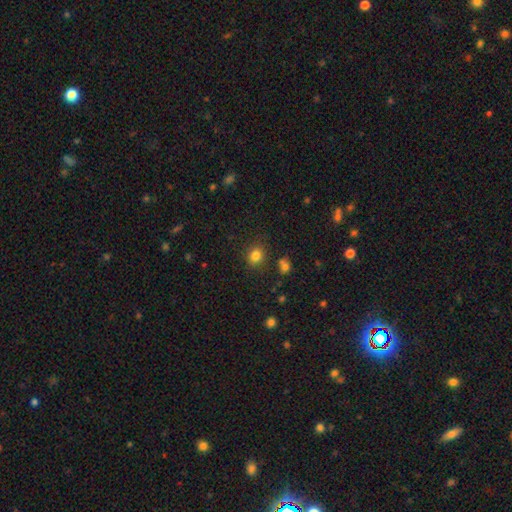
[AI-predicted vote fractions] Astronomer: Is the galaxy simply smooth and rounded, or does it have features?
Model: smooth — 81%.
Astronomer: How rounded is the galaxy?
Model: round — 69%.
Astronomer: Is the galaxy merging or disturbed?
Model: none — 82%.